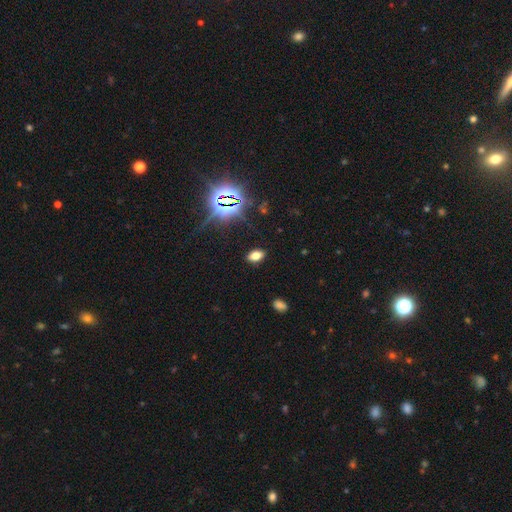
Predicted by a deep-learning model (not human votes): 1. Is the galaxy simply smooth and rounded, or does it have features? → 67% smooth, 23% star or artifact, 9% featured or disk.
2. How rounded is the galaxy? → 90% in between, 7% round, 3% cigar-shaped.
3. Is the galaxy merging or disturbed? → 88% none, 8% minor disturbance, 3% major disturbance, 1% merger.